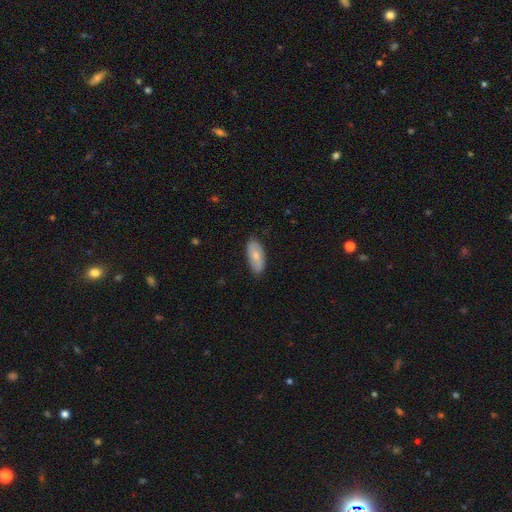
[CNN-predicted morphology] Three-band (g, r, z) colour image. It shows a smooth galaxy with no disk features (72%) that is in between round and cigar-shaped (88%). Merging: none (82%).